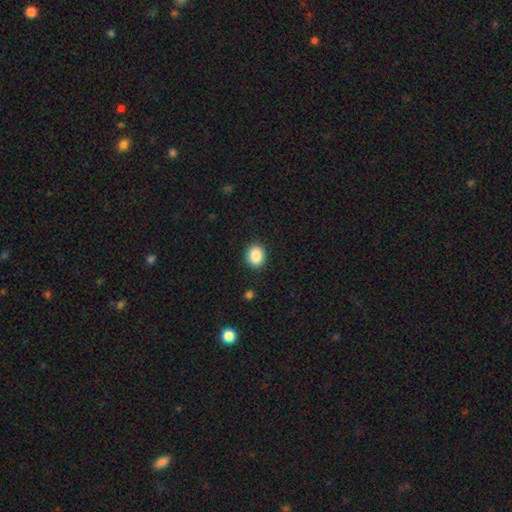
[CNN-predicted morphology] type=smooth (88%); roundness=round (63%); merging=none (89%).